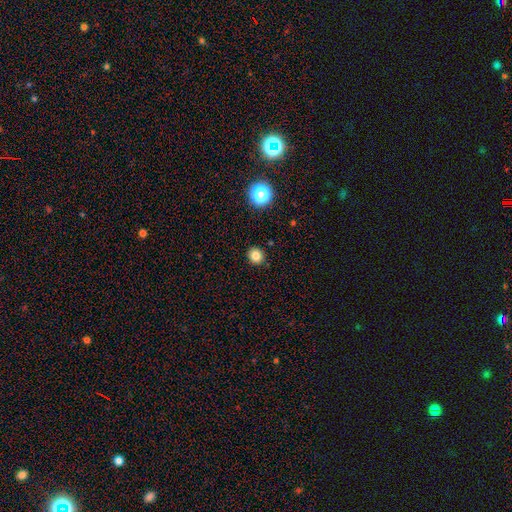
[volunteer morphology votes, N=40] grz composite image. It shows a smooth galaxy with no disk features (72%) that is round (59%). Merging: none (94%).